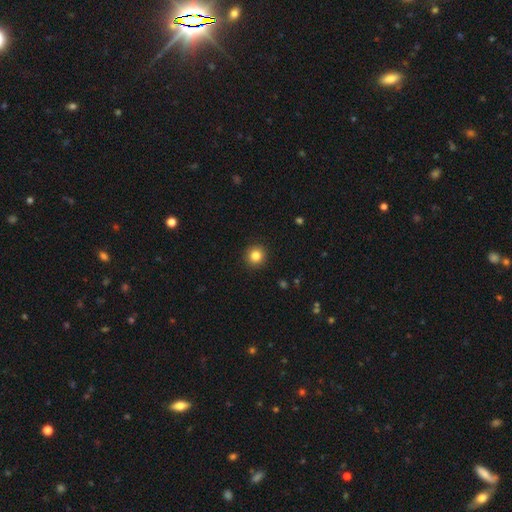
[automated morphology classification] smooth-or-featured: smooth: 83% | star or artifact: 11% | featured or disk: 5%
  how-rounded: round: 94% | in between: 5% | cigar-shaped: 1%
  merging: none: 93% | minor disturbance: 5% | major disturbance: 2% | merger: 1%